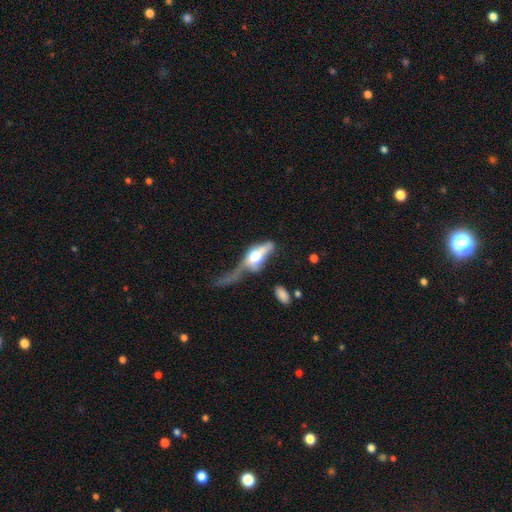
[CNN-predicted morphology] Overall: smooth (48%; featured or disk 44%). Merging: major disturbance (55%; merger 16%).